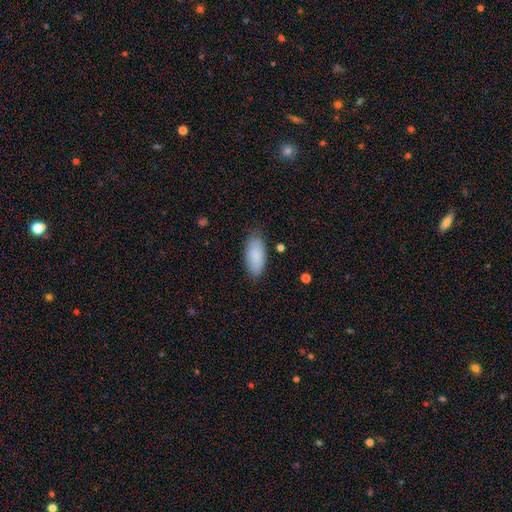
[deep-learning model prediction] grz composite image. It shows a smooth galaxy with no disk features (87%) that is in between round and cigar-shaped (87%). Merging: none (81%).